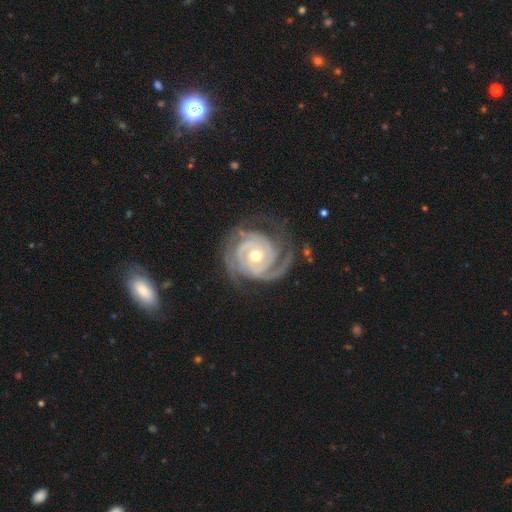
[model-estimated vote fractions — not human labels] featured or disk 92%, smooth 4%, star or artifact 4%. Down the decision tree: edge-on disk — no (98%); bar — no (73%); spiral arms — yes (98%); spiral arm count — 3 (33%); spiral winding — tight (75%); bulge size — moderate (71%); merging — none (70%).